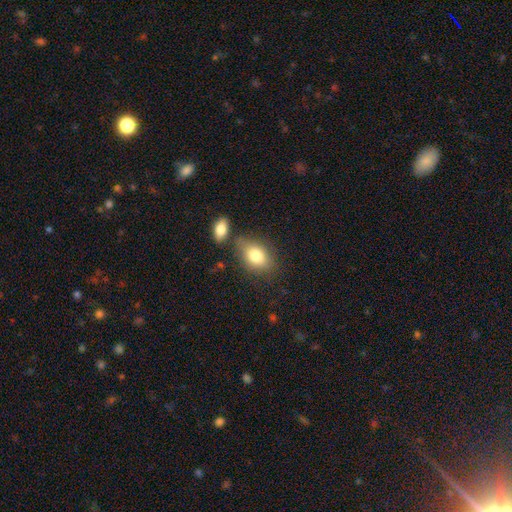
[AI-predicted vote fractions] smooth-or-featured: smooth: 80% | featured or disk: 12% | star or artifact: 8%
  how-rounded: in between: 80% | round: 18% | cigar-shaped: 2%
  merging: none: 64% | minor disturbance: 17% | merger: 14% | major disturbance: 5%